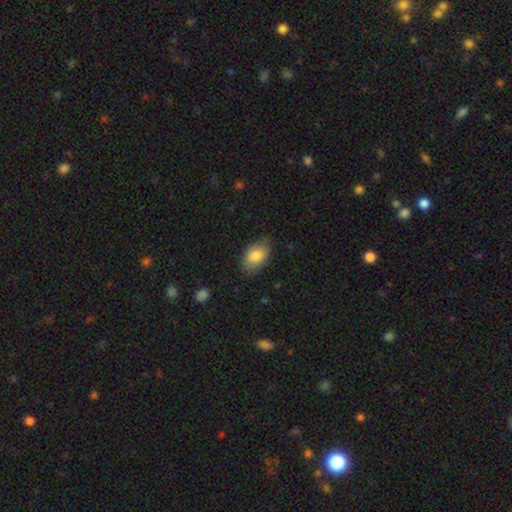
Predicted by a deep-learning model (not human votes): smooth 82%, featured or disk 12%, star or artifact 6%. Down the decision tree: how rounded — in between (91%); merging — none (78%).